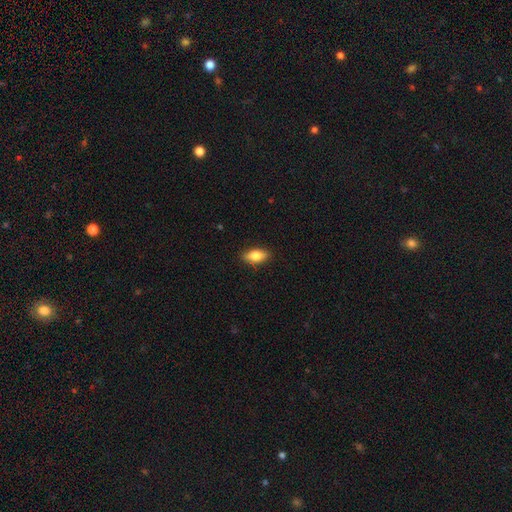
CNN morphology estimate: Smooth or featured: smooth — 78% (featured or disk — 15%)
How rounded: in between — 84% (cigar-shaped — 11%)
Merging: none — 88% (minor disturbance — 9%)